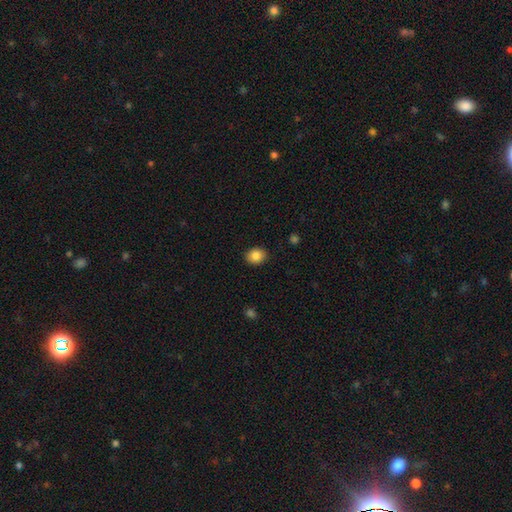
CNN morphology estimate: Smooth or featured? smooth (86%)
How rounded? round (54%)
Merging? none (89%)